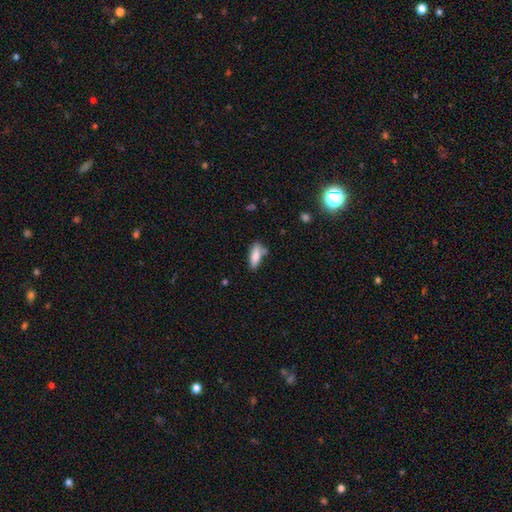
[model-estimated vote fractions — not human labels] Smooth or featured: smooth — 82% (featured or disk — 11%)
How rounded: in between — 68% (cigar-shaped — 30%)
Merging: none — 60% (minor disturbance — 22%)